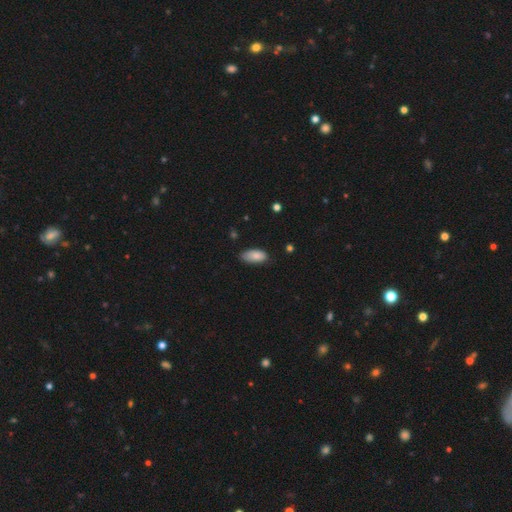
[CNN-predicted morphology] Q: Smooth or featured?
A: smooth (86%); runner-up: featured or disk (7%)
Q: How rounded?
A: in between (92%); runner-up: cigar-shaped (6%)
Q: Merging?
A: none (72%); runner-up: minor disturbance (23%)